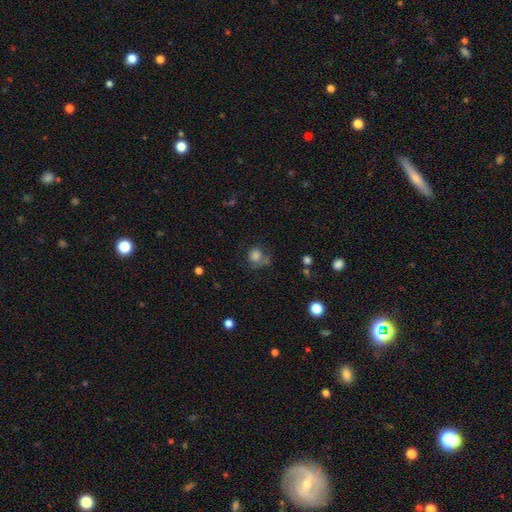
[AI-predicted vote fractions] This is likely a smooth galaxy (79%). How rounded: clearly round (80%). Merging: possibly none (52%).